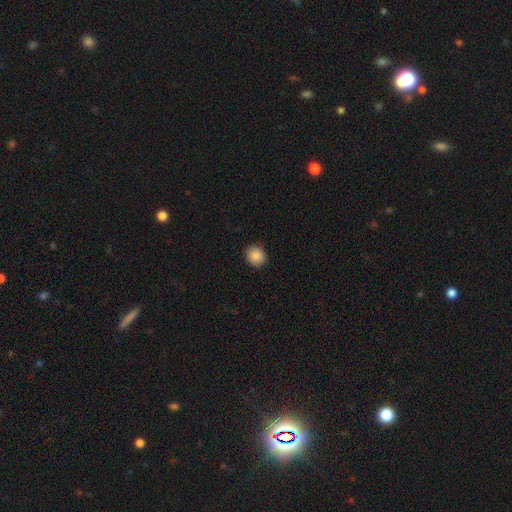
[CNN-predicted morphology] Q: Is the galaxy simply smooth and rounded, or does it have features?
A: smooth — 88%.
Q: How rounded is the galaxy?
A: round — 77%.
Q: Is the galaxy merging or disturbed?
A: none — 90%.